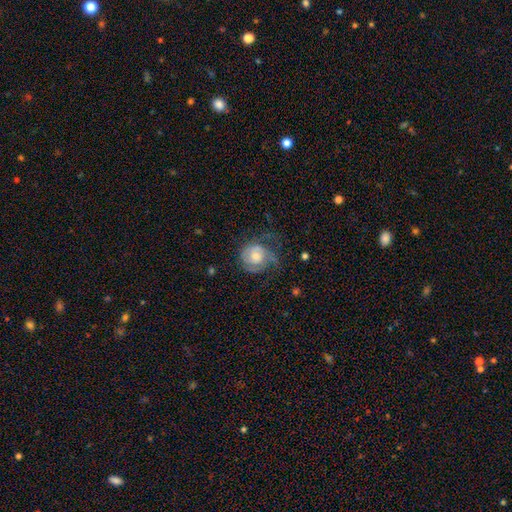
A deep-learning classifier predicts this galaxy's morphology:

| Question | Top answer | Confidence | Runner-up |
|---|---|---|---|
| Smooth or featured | featured or disk | 57% | smooth (36%) |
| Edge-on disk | no | 97% | yes (3%) |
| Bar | no | 75% | weak (21%) |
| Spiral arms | yes | 81% | no (19%) |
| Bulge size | moderate | 51% | small (27%) |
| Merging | none | 42% | major disturbance (30%) |